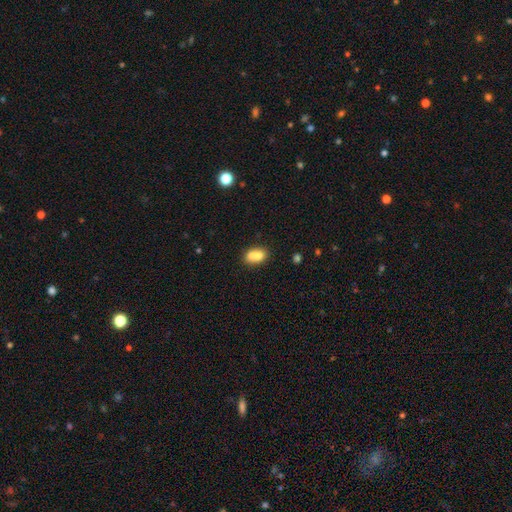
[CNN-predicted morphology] Q: Smooth or featured?
A: smooth (70%); runner-up: featured or disk (21%)
Q: How rounded?
A: in between (63%); runner-up: round (36%)
Q: Merging?
A: merger (59%); runner-up: none (29%)